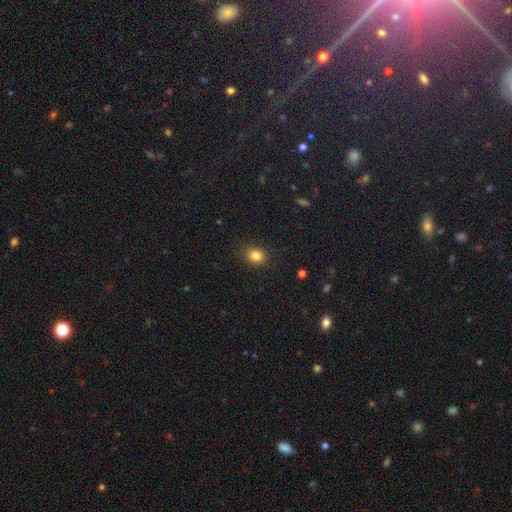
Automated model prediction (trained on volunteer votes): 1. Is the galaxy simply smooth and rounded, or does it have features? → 83% smooth, 11% star or artifact, 5% featured or disk.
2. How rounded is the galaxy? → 52% round, 47% in between, 1% cigar-shaped.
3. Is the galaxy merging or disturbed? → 85% none, 11% minor disturbance, 3% major disturbance, 1% merger.